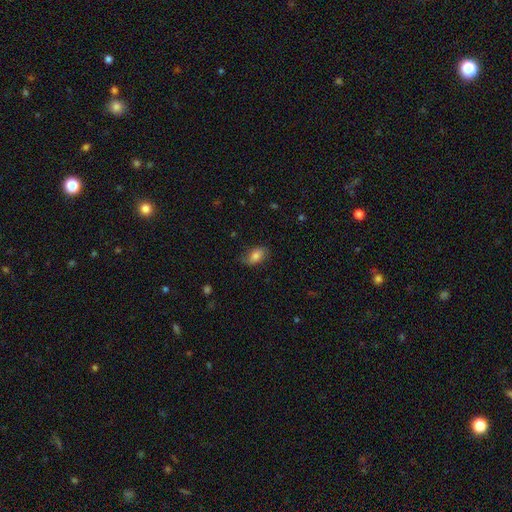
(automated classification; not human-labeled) Smooth or featured? smooth (77%)
How rounded? in between (90%)
Merging? none (74%)